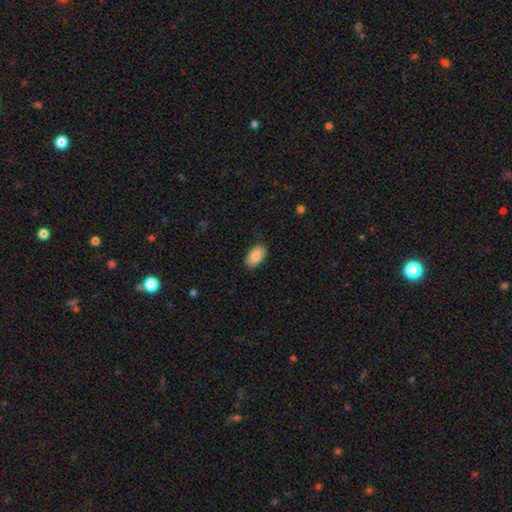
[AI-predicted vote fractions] A smooth galaxy with no disk features (87%) that is in between round and cigar-shaped (94%).

Vote fractions:
- Smooth or featured? smooth: 87% / featured or disk: 7% / star or artifact: 6%
- How rounded? in between: 94% / round: 4% / cigar-shaped: 2%
- Merging? none: 85% / minor disturbance: 12% / major disturbance: 2% / merger: 1%